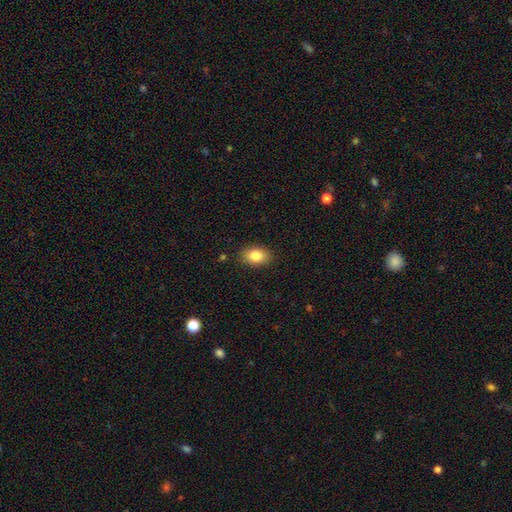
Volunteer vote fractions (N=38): Q: Smooth or featured?
A: smooth (82%); runner-up: featured or disk (16%)
Q: How rounded?
A: in between (87%); runner-up: round (13%)
Q: Merging?
A: none (95%); runner-up: major disturbance (5%)